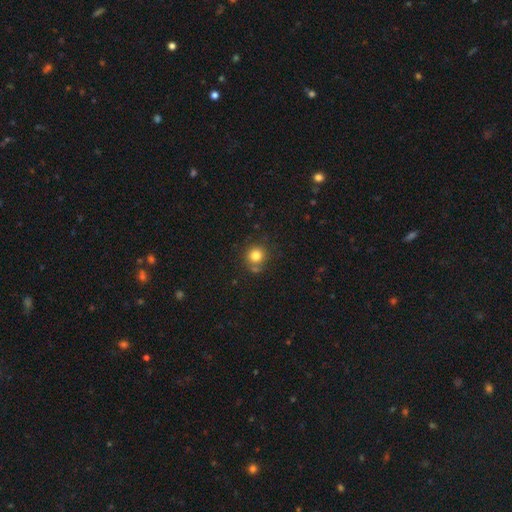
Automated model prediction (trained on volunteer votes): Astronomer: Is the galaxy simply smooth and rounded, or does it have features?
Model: smooth — 81%.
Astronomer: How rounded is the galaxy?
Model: round — 90%.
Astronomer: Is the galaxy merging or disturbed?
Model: none — 73%.